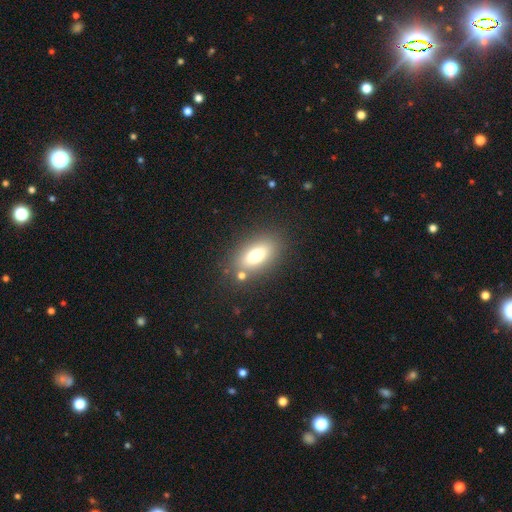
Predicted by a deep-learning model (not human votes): smooth 73%, featured or disk 17%, star or artifact 10%. Down the decision tree: how rounded — in between (85%); merging — none (79%).